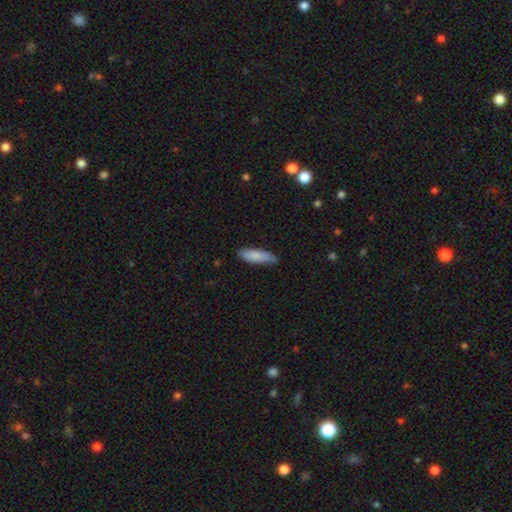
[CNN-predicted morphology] Overall: smooth (86%). How rounded: in between (52%; cigar-shaped 46%). Merging: none (69%).